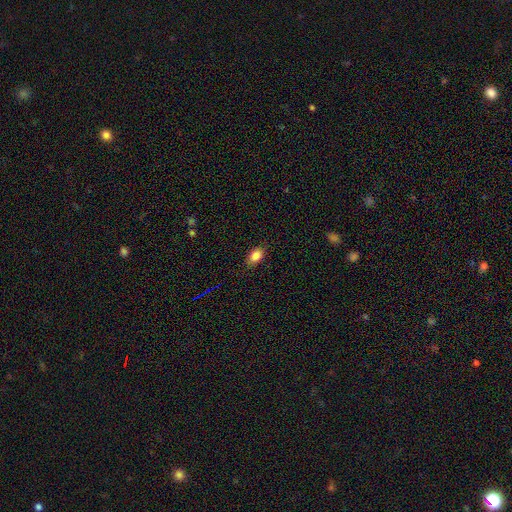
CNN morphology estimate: The model was most divided on "how rounded": in between: 83%, round: 15%, cigar-shaped: 2%. More confident: merging — none (85%); smooth or featured — smooth (85%).